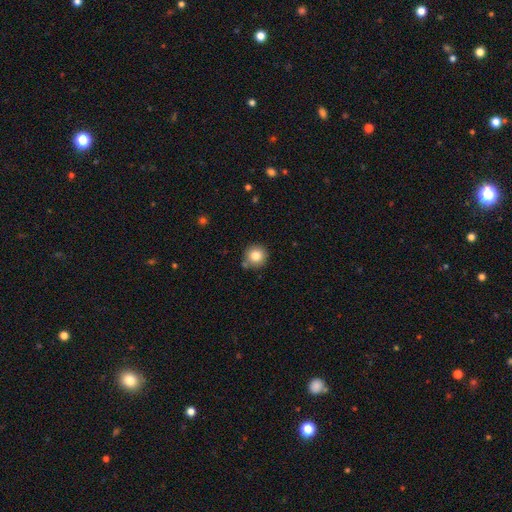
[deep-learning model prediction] Smooth or featured? Predicted: smooth (p=0.82). How rounded? Predicted: round (p=0.94). Merging? Predicted: none (p=0.81).